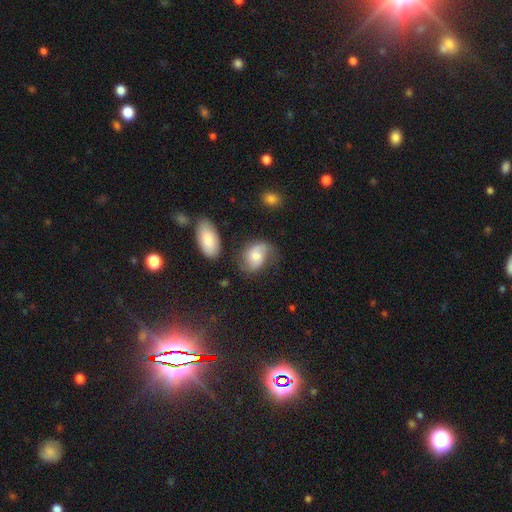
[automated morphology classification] featured or disk 52%, smooth 40%, star or artifact 8%. Down the decision tree: edge-on disk — no (97%); bar — no (63%); spiral arms — yes (88%); bulge size — moderate (49%); merging — none (51%).